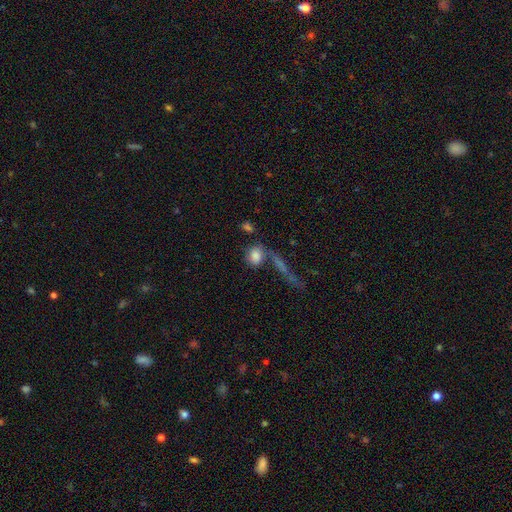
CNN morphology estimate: Smooth or featured?
  - smooth: 79% *
  - featured or disk: 11%
  - star or artifact: 10%
How rounded?
  - in between: 51% *
  - round: 44%
  - cigar-shaped: 5%
Merging?
  - none: 46% *
  - merger: 26%
  - minor disturbance: 15%
  - major disturbance: 12%